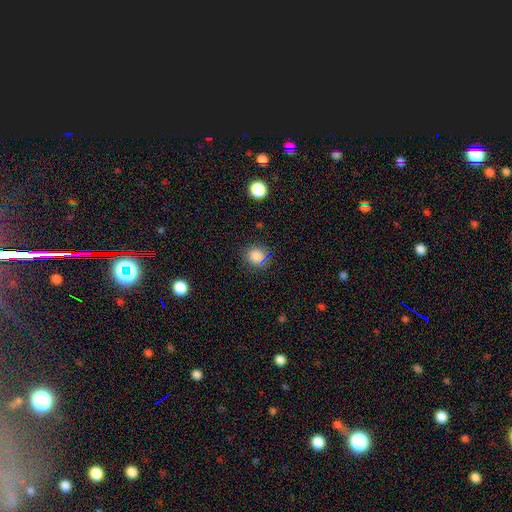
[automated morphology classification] The model was most divided on "smooth or featured": smooth: 81%, star or artifact: 13%, featured or disk: 5%. More confident: how rounded — round (89%); merging — none (81%).